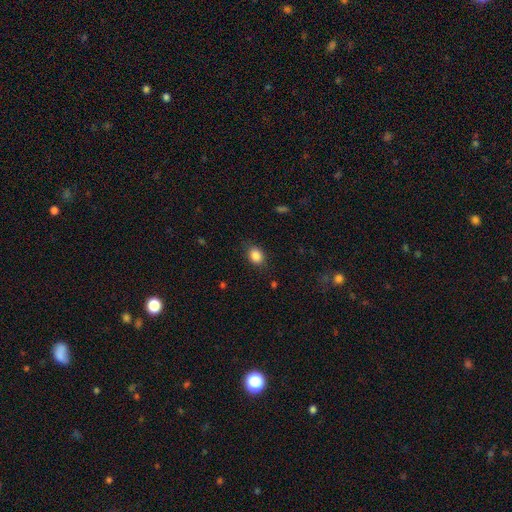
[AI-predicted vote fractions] This is clearly a smooth galaxy (86%). How rounded: likely in between (63%). Merging: clearly none (82%).